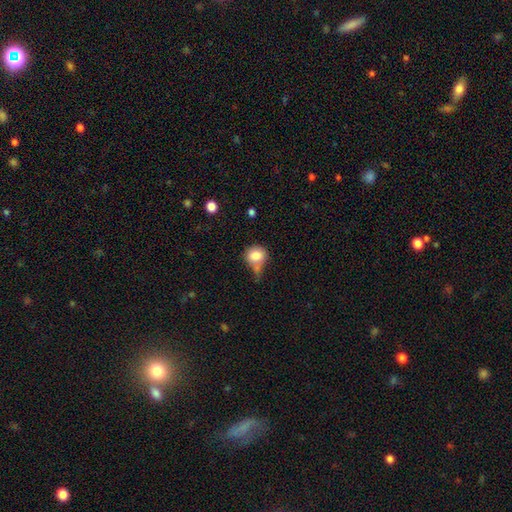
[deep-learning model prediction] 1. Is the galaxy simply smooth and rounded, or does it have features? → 81% smooth, 10% featured or disk, 9% star or artifact.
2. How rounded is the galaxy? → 81% round, 18% in between, 1% cigar-shaped.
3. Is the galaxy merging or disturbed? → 42% none, 25% minor disturbance, 21% merger, 13% major disturbance.